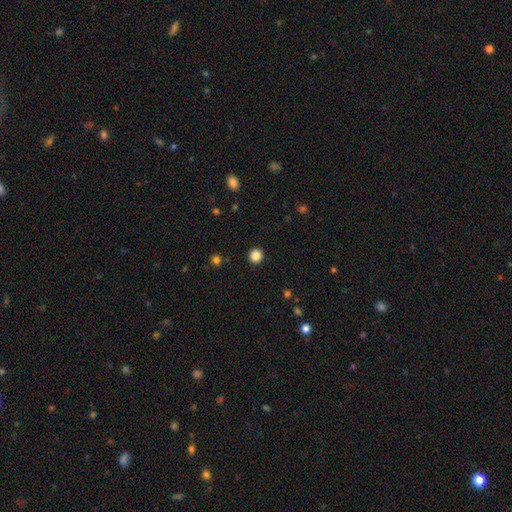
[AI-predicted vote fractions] Smooth or featured? smooth (85%)
How rounded? round (94%)
Merging? none (93%)